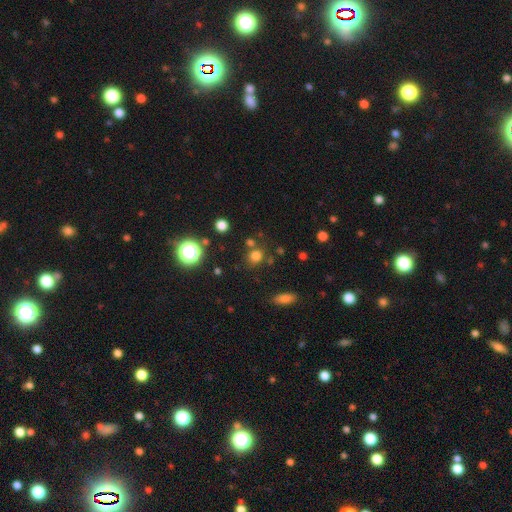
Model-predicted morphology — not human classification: Q: Smooth or featured?
A: smooth (74%); runner-up: star or artifact (20%)
Q: How rounded?
A: round (79%); runner-up: in between (20%)
Q: Merging?
A: none (73%); runner-up: merger (12%)